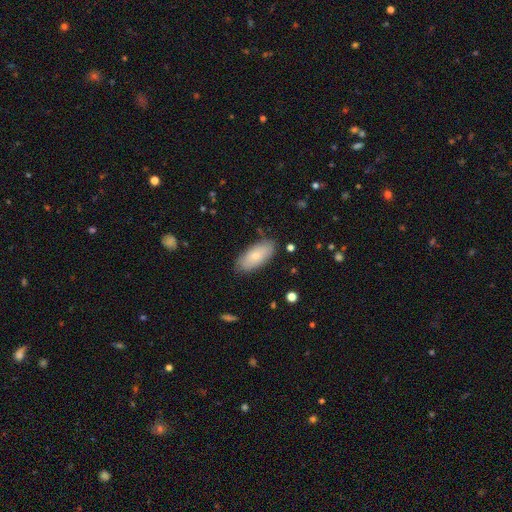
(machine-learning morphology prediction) This is likely a smooth galaxy (73%). How rounded: clearly in between (90%). Merging: clearly none (84%).